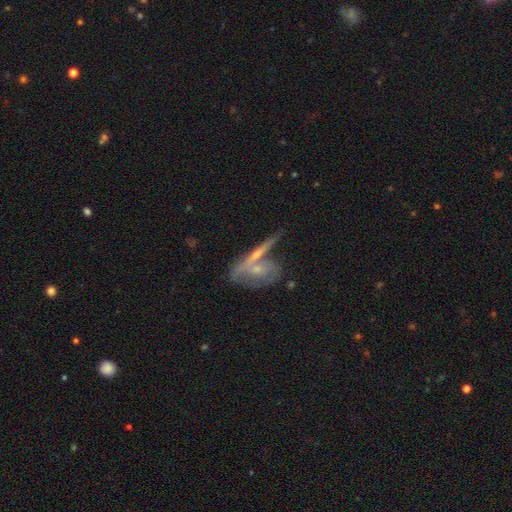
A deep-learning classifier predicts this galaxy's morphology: A featured or disk galaxy (63%).

Vote fractions:
- Smooth or featured? featured or disk: 63% / smooth: 27% / star or artifact: 9%
- Edge-on disk? no: 54% / yes: 46%
- Merging? merger: 42% / none: 37% / minor disturbance: 13% / major disturbance: 9%